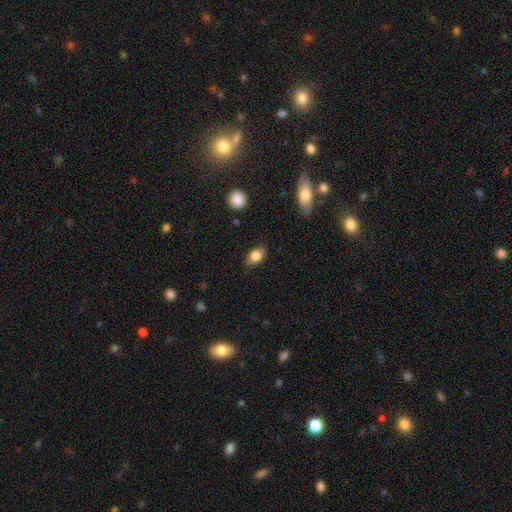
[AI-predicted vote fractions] Smooth or featured?
  - smooth: 81% *
  - featured or disk: 11%
  - star or artifact: 8%
How rounded?
  - in between: 80% *
  - round: 17%
  - cigar-shaped: 3%
Merging?
  - none: 82% *
  - minor disturbance: 14%
  - major disturbance: 3%
  - merger: 1%